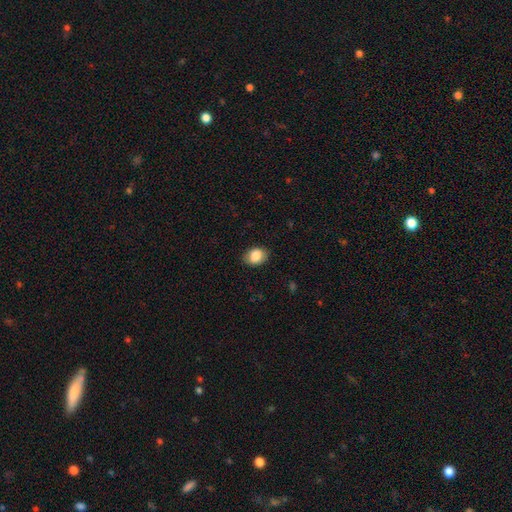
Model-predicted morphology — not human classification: This is clearly a smooth galaxy (84%). How rounded: likely in between (69%). Merging: clearly none (85%).